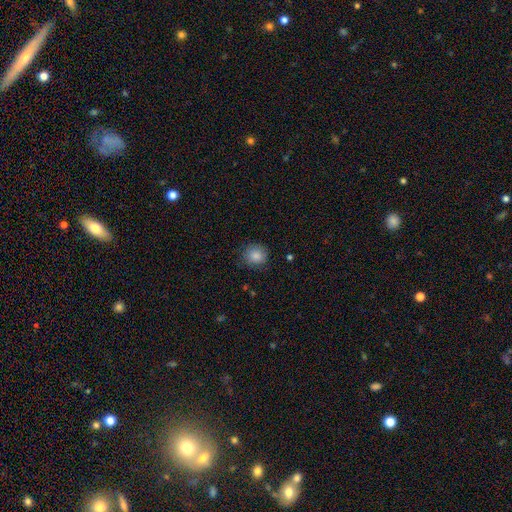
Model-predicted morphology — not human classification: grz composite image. It shows a smooth galaxy with no disk features (87%) that is round (83%). Merging: none (81%).